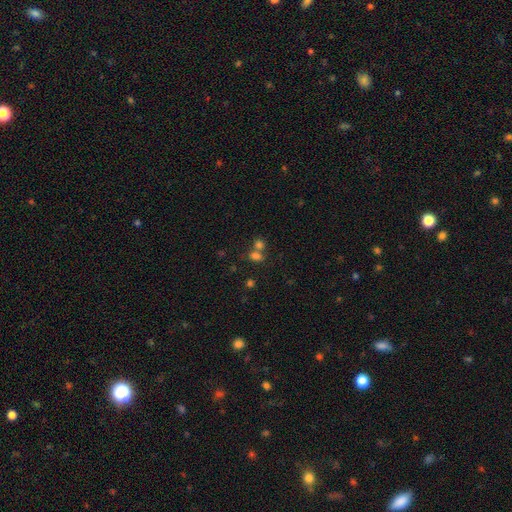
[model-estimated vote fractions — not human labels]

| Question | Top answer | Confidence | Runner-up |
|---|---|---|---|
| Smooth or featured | smooth | 74% | star or artifact (17%) |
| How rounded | in between | 59% | round (39%) |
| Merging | merger | 44% | tied: none (44%) |